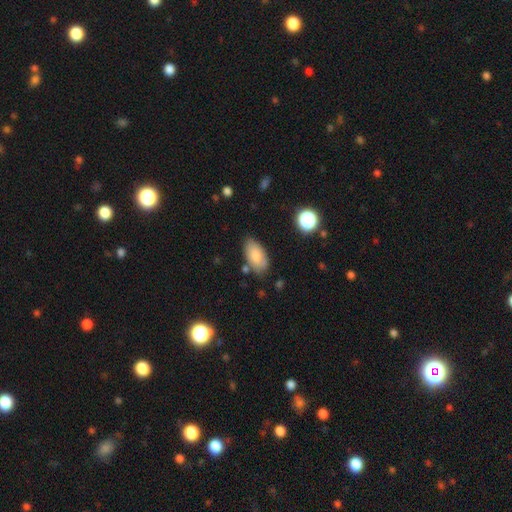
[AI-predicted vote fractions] Morphology: type=smooth (77%); roundness=in between (93%); merging=none (72%).